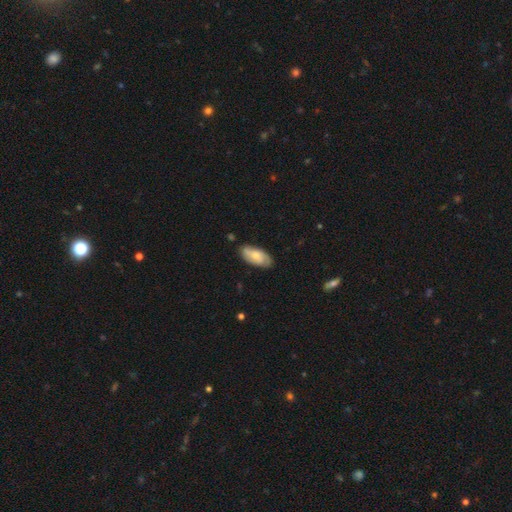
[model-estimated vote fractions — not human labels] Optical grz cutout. It shows a smooth galaxy with no disk features (51%) that is in between round and cigar-shaped (88%). Merging: none (79%).